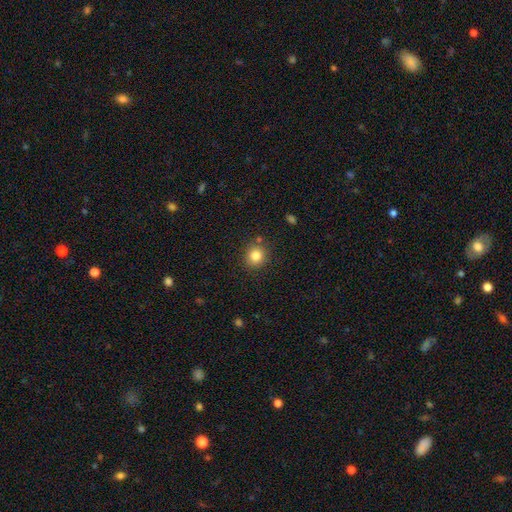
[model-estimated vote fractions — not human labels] A smooth galaxy with no disk features (83%) that is round (86%). Merging: none (84%).